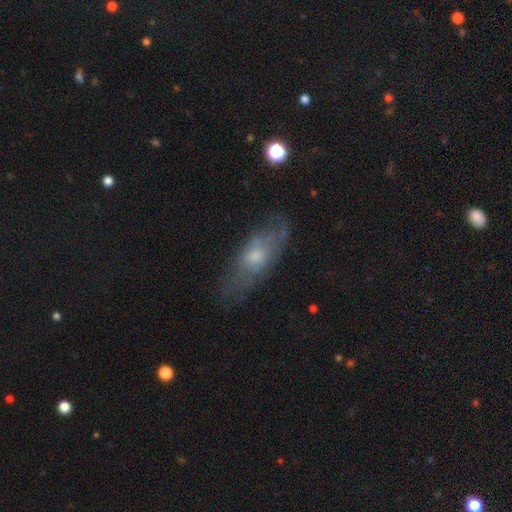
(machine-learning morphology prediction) smooth-or-featured: featured or disk: 45% (tied) | smooth: 45% (tied) | star or artifact: 9%
  merging: none: 69% | minor disturbance: 21% | major disturbance: 8% | merger: 2%